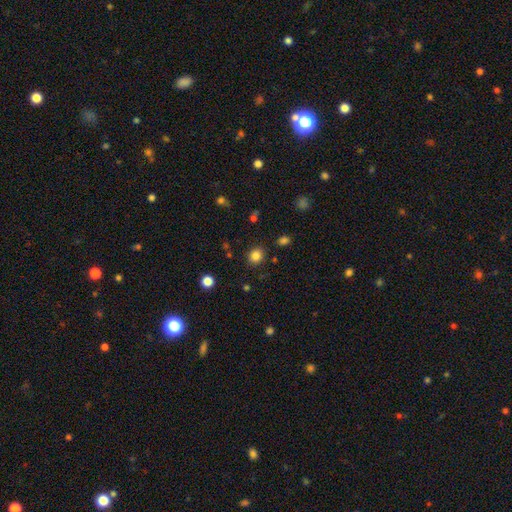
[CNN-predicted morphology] The model was most divided on "how rounded": round: 69%, in between: 30%, cigar-shaped: 1%. More confident: merging — none (86%); smooth or featured — smooth (84%).